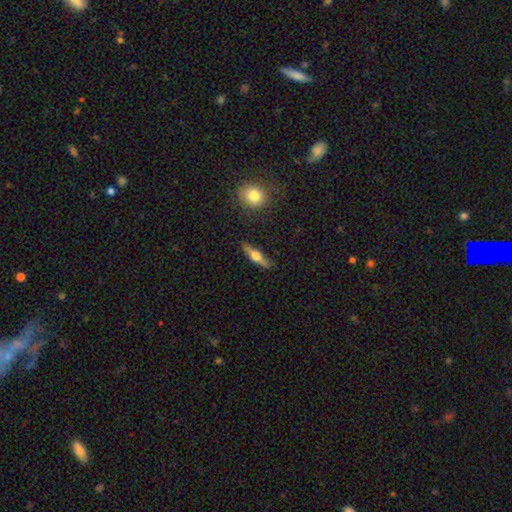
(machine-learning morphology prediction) This appears to be a featured or disk galaxy (56%) viewed edge-on (94%) with a rounded central bulge (94%). Merging: none (86%).